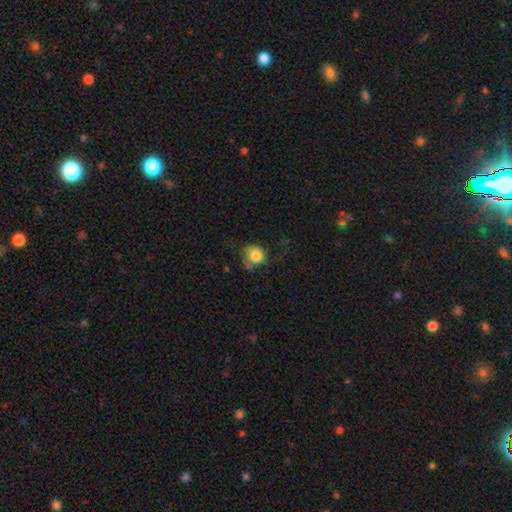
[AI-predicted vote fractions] A smooth galaxy with no disk features (70%) that is round (75%).

Vote fractions:
- Smooth or featured? smooth: 70% / featured or disk: 22% / star or artifact: 8%
- How rounded? round: 75% / in between: 24% / cigar-shaped: 1%
- Merging? none: 38% / major disturbance: 32% / minor disturbance: 25% / merger: 6%